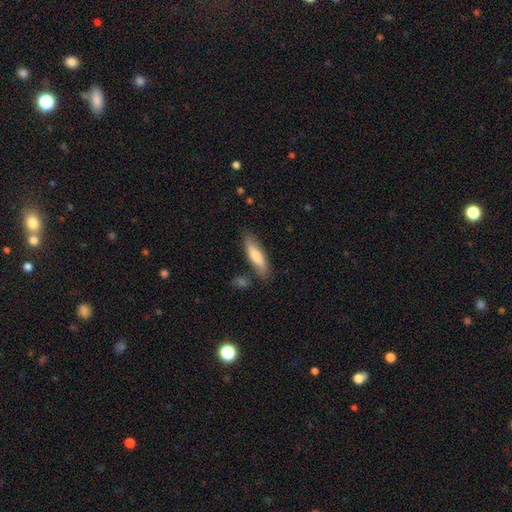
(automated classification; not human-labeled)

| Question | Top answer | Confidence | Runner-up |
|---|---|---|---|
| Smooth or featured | smooth | 69% | featured or disk (25%) |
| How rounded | cigar-shaped | 64% | in between (34%) |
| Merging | none | 77% | minor disturbance (15%) |